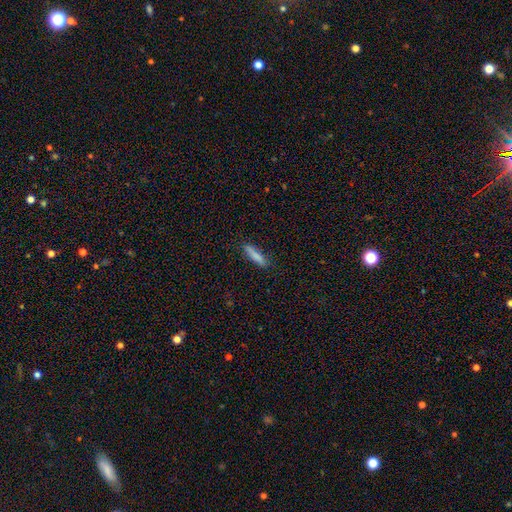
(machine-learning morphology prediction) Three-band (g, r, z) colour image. It shows a smooth galaxy with no disk features (82%) that is cigar-shaped (81%). Merging: none (85%).